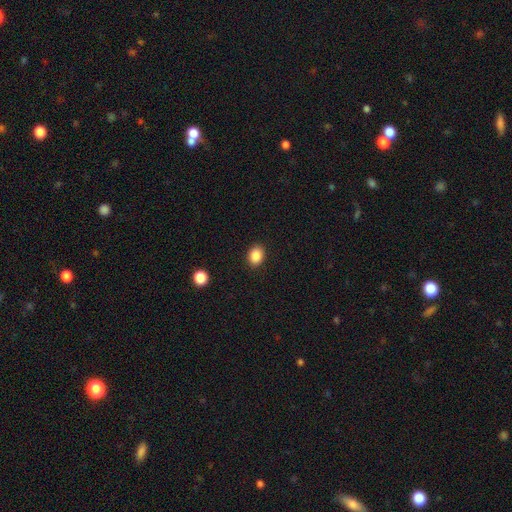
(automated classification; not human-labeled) Smooth or featured?
  - smooth: 87% *
  - star or artifact: 9%
  - featured or disk: 3%
How rounded?
  - in between: 58% *
  - round: 41%
  - cigar-shaped: 1%
Merging?
  - none: 90% *
  - minor disturbance: 7%
  - major disturbance: 2%
  - merger: 1%